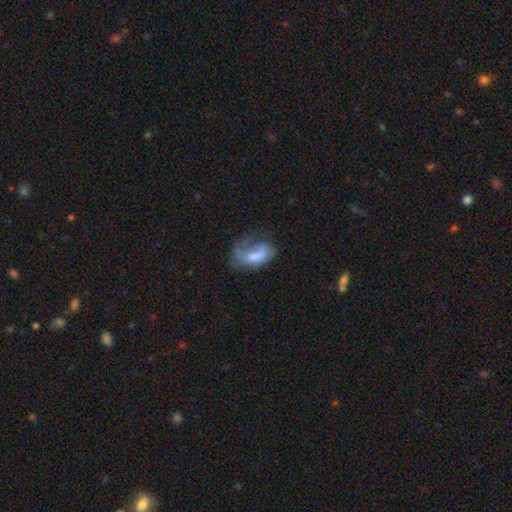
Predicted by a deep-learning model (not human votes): smooth-or-featured: smooth: 51% | featured or disk: 40% | star or artifact: 9%
  how-rounded: in between: 86% | round: 8% | cigar-shaped: 5%
  merging: major disturbance: 49% | none: 25% | minor disturbance: 22% | merger: 5%